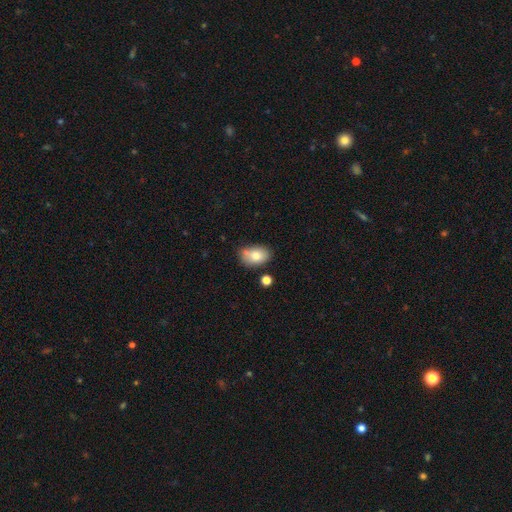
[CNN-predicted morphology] The model was most divided on "merging": none: 62%, minor disturbance: 21%, merger: 12%, major disturbance: 5%. More confident: how rounded — in between (84%); smooth or featured — smooth (77%).